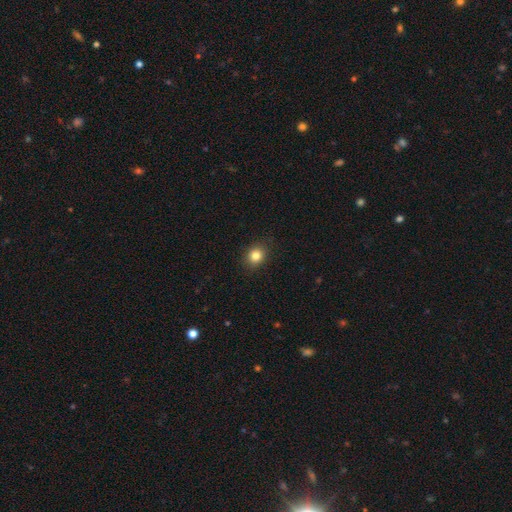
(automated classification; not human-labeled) This is clearly a smooth galaxy (84%). How rounded: likely round (65%). Merging: clearly none (89%).